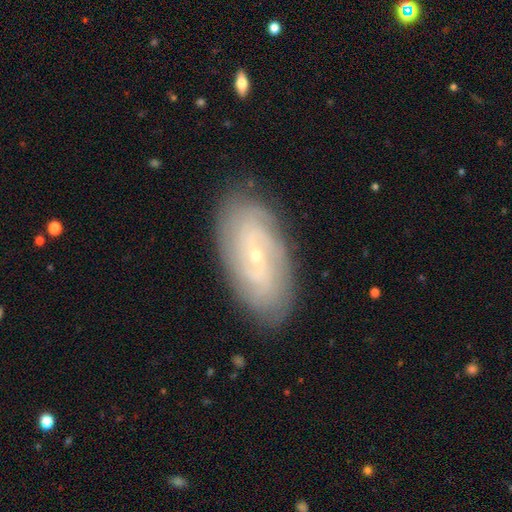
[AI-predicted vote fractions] Smooth or featured?
  - featured or disk: 80% *
  - smooth: 13%
  - star or artifact: 6%
Edge-on disk?
  - no: 93% *
  - yes: 7%
Bar?
  - no: 51% *
  - weak: 37%
  - strong: 11%
Spiral arms?
  - yes: 93% *
  - no: 7%
Spiral winding?
  - tight: 62% *
  - medium: 29%
  - loose: 9%
Spiral arm count?
  - can't tell: 38% *
  - 2: 26%
  - 3: 12%
  - 4: 12%
  - more than 4: 7%
  - 1: 5%
Bulge size?
  - small: 81% *
  - moderate: 16%
  - none: 1%
  - large: 1%
  - dominant: 1%
Merging?
  - none: 84% *
  - minor disturbance: 12%
  - major disturbance: 3%
  - merger: 1%